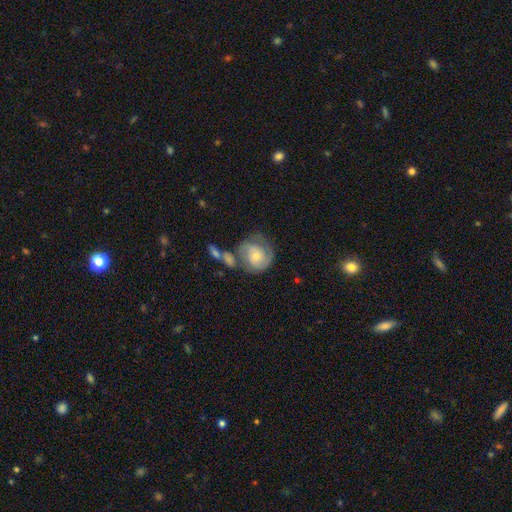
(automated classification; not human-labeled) featured or disk 70%, smooth 24%, star or artifact 6%. Down the decision tree: edge-on disk — no (98%); bar — no (69%); spiral arms — yes (90%); spiral arm count — 2 (57%); spiral winding — tight (48%); bulge size — moderate (48%); merging — none (48%).